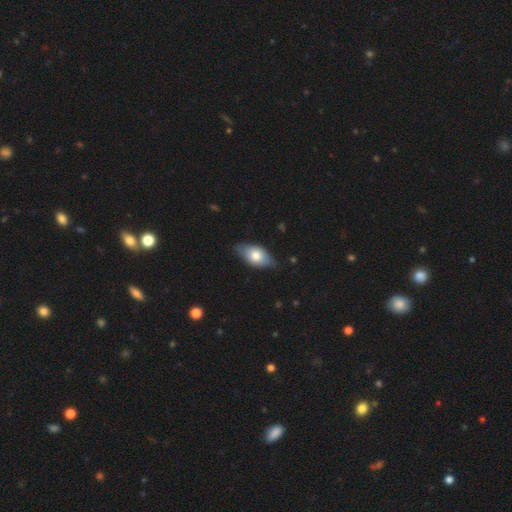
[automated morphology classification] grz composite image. It shows a smooth galaxy with no disk features (71%) that is in between round and cigar-shaped (91%). Merging: none (77%).